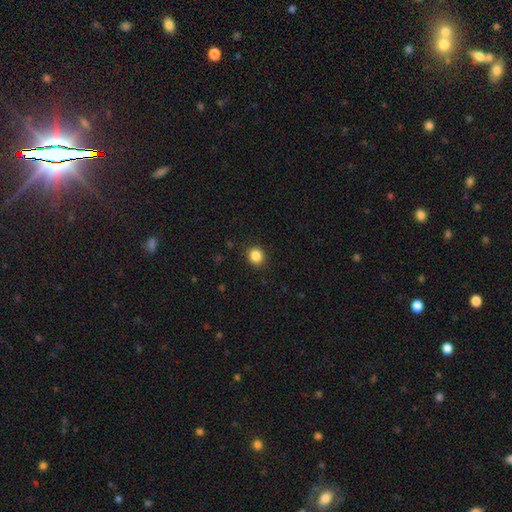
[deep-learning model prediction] A smooth galaxy with no disk features (86%) that is round (83%). Merging: none (90%).